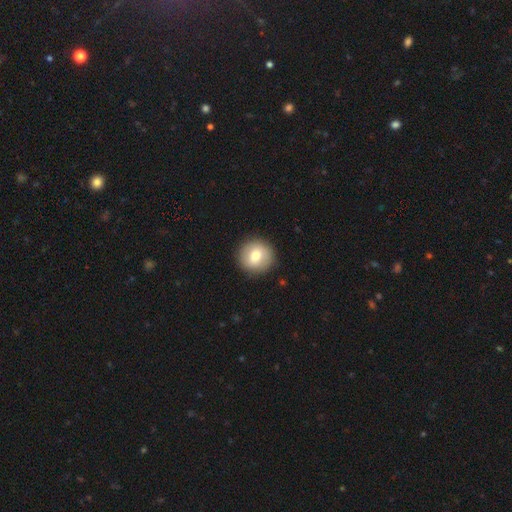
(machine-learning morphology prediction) Smooth or featured: smooth — 74% (featured or disk — 18%)
How rounded: round — 94% (in between — 5%)
Merging: none — 90% (minor disturbance — 6%)